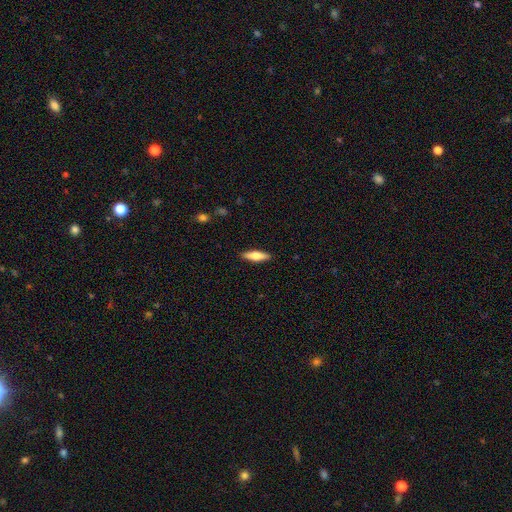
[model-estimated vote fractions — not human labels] The model was most divided on "how rounded": cigar-shaped: 60%, in between: 38%, round: 2%. More confident: merging — none (90%); smooth or featured — smooth (62%).